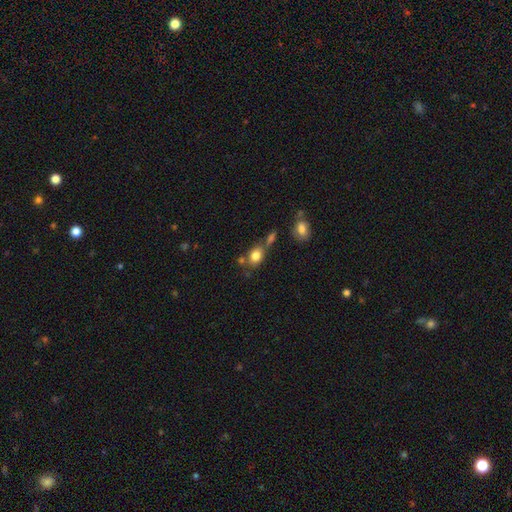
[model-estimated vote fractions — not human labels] Smooth or featured? smooth (82%)
How rounded? in between (59%)
Merging? none (51%)